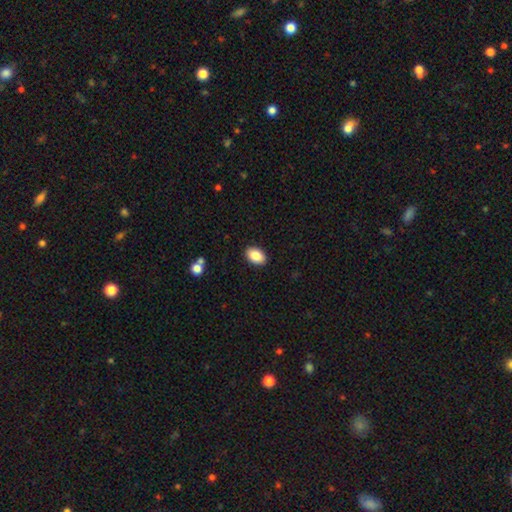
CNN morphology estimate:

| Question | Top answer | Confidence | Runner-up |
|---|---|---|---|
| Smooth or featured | smooth | 88% | star or artifact (7%) |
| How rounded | in between | 88% | round (11%) |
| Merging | none | 89% | minor disturbance (8%) |